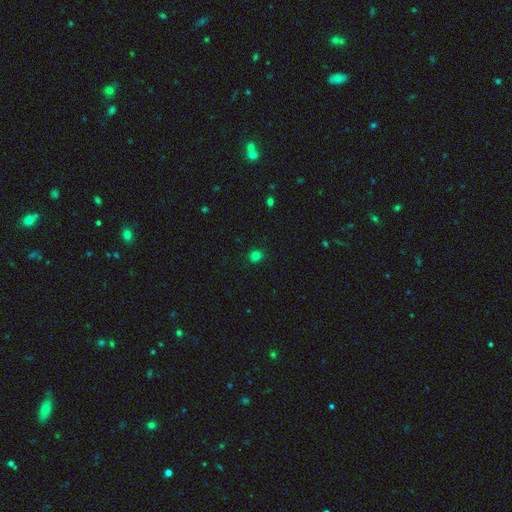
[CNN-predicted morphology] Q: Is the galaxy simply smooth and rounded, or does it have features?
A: smooth — 79%.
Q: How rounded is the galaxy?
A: round — 83%.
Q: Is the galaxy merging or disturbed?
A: none — 87%.